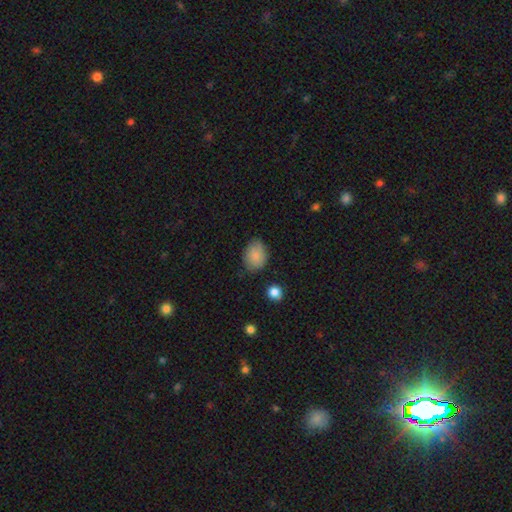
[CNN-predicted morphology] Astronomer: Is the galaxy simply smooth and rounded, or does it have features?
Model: smooth — 85%.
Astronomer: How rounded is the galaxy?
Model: in between — 64%.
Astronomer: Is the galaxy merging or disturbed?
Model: none — 74%.